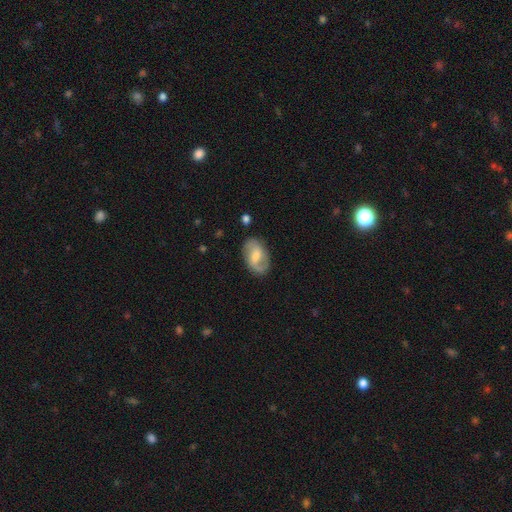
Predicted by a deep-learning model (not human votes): This appears to be a featured or disk galaxy (64%) with a weak bar (53%), 2 (82%) medium (44%) spiral arms (86%) and a moderate central bulge (48%). Merging: none (77%).